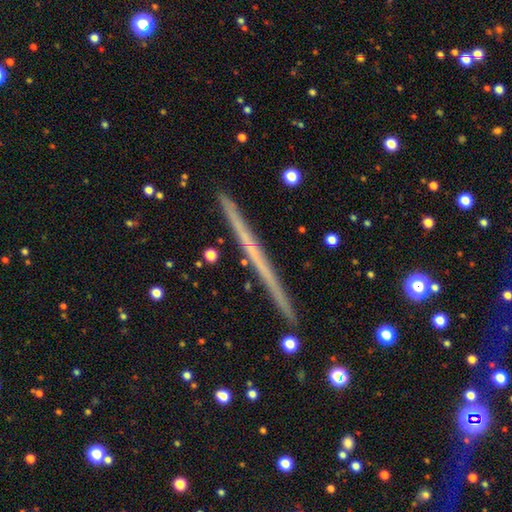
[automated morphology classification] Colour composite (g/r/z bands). It shows a featured or disk galaxy (63%) viewed edge-on (98%) with no central bulge (90%). Merging: none (91%).